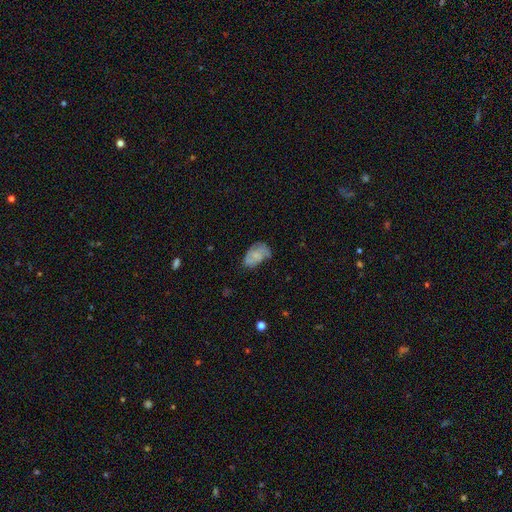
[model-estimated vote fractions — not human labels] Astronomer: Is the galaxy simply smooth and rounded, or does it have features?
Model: smooth — 54% (runner-up: featured or disk, 37%).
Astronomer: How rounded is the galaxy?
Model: in between — 90%.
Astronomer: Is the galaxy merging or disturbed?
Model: none — 46% (runner-up: minor disturbance, 34%).